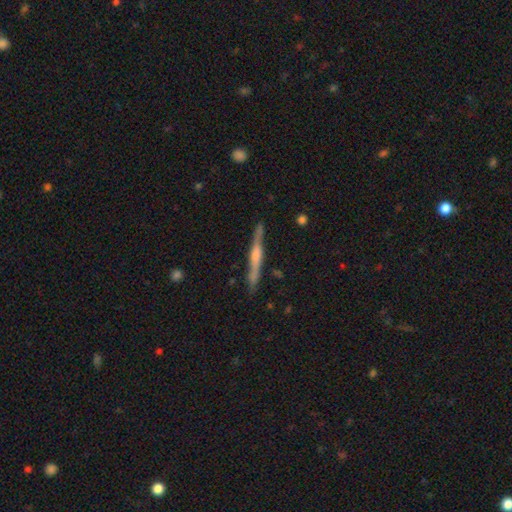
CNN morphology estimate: The model was most divided on "edge-on bulge": rounded: 59%, boxy: 23%, none: 18%. More confident: edge-on disk — yes (96%); merging — none (83%); smooth or featured — featured or disk (70%).